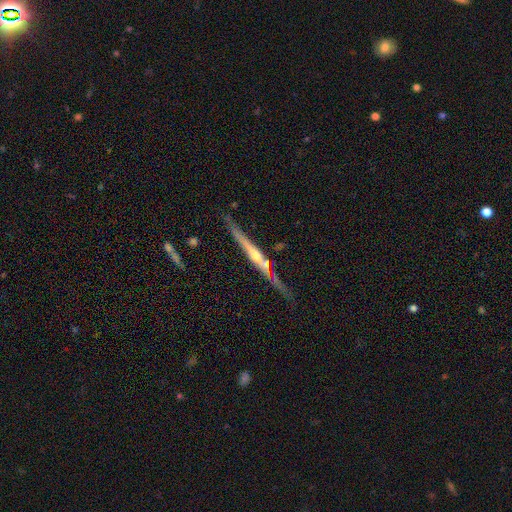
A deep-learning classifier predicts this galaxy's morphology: featured or disk 80%, smooth 14%, star or artifact 6%. Down the decision tree: edge-on disk — yes (97%); edge-on bulge — rounded (74%); merging — none (75%).